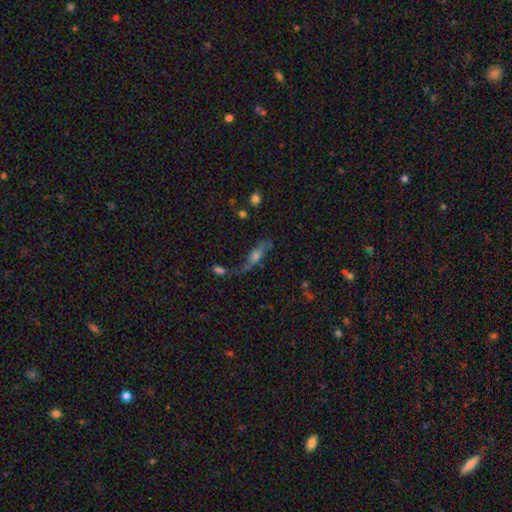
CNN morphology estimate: Smooth or featured?
  - smooth: 43% * (tied)
  - featured or disk: 43% * (tied)
  - star or artifact: 14%
Merging?
  - none: 33% *
  - major disturbance: 25%
  - merger: 23%
  - minor disturbance: 19%